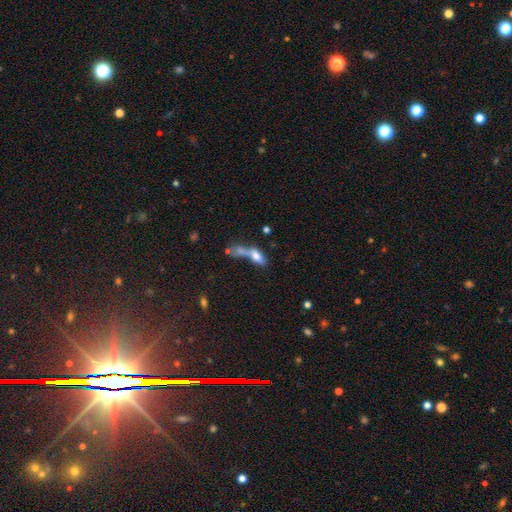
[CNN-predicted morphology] type=smooth (68%); roundness=in between (66%); merging=merger (55%).